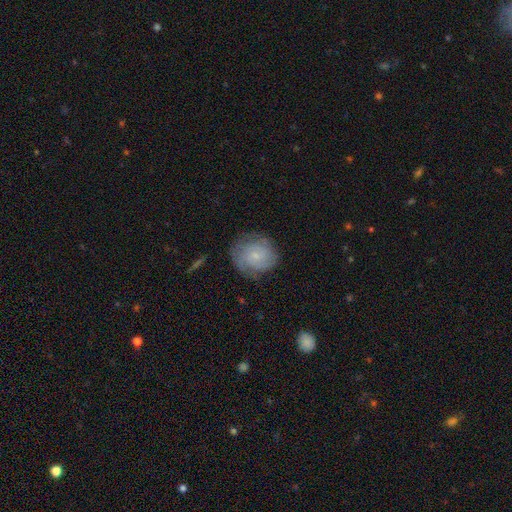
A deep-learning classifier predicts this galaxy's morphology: This is possibly a featured or disk galaxy (59%). It is clearly not viewed edge-on (98%). Bar: likely no (73%). Spiral arm pattern: clearly yes (89%). Spiral arm count: marginally can't tell (39%). Spiral winding: likely tight (64%). Central bulge: likely small (76%). Merging: likely none (73%).